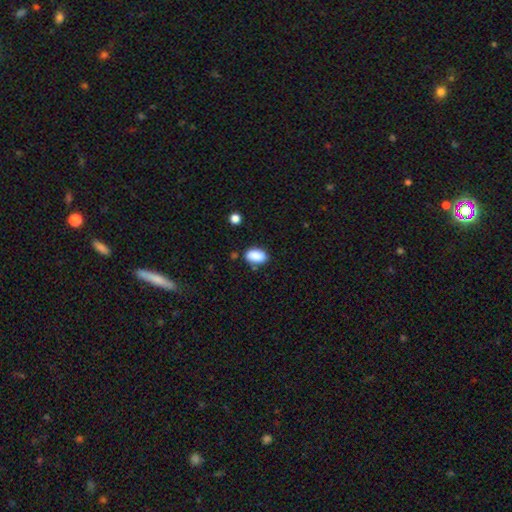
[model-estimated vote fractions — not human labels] Smooth or featured? Predicted: smooth (p=0.89). How rounded? Predicted: in between (p=0.91). Merging? Predicted: none (p=0.77).